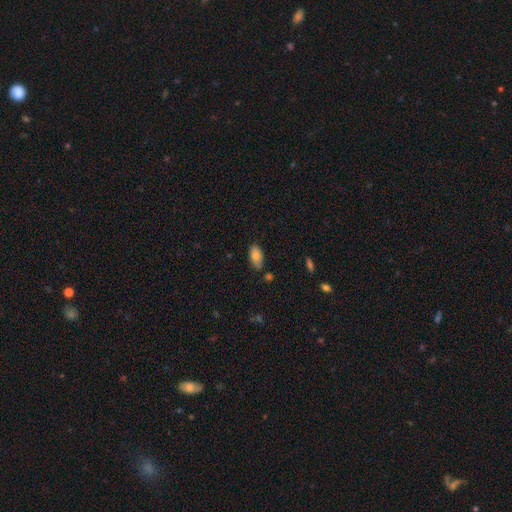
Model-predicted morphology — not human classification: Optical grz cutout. It shows a smooth galaxy with no disk features (78%) that is in between round and cigar-shaped (93%). Merging: none (80%).